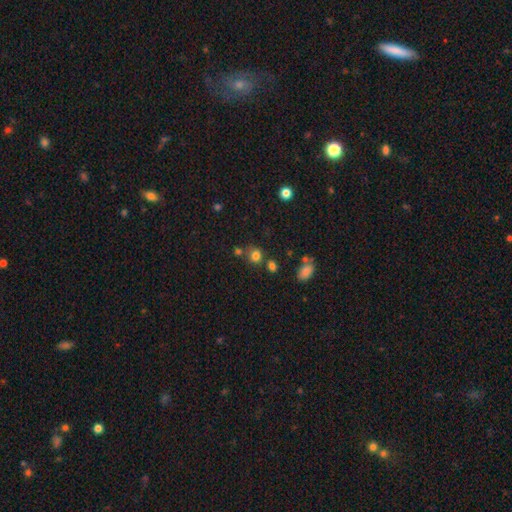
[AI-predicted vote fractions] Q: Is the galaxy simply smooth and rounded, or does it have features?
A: smooth — 77%.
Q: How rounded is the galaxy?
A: round — 81%.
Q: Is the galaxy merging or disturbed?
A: none — 67%.